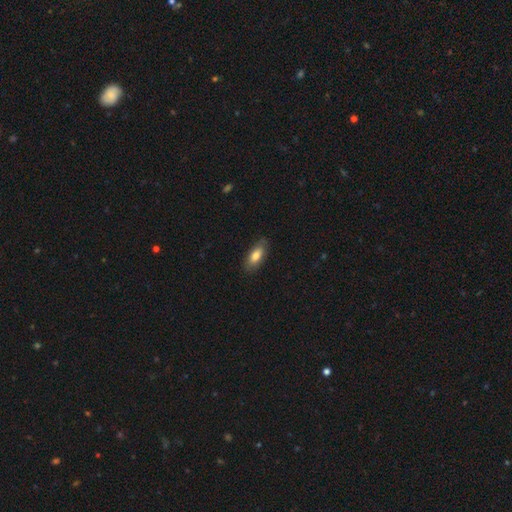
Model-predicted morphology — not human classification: A smooth galaxy with no disk features (78%) that is in between round and cigar-shaped (83%).

Vote fractions:
- Smooth or featured? smooth: 78% / featured or disk: 16% / star or artifact: 6%
- How rounded? in between: 83% / cigar-shaped: 15% / round: 3%
- Merging? none: 81% / minor disturbance: 15% / major disturbance: 3% / merger: 1%